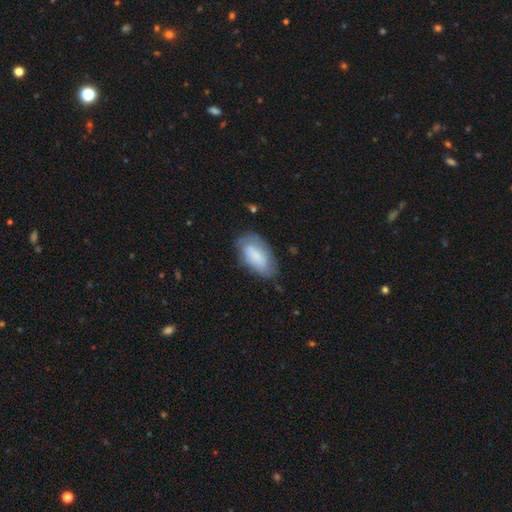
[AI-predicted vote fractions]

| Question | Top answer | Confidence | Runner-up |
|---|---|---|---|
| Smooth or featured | smooth | 71% | featured or disk (22%) |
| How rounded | in between | 92% | cigar-shaped (5%) |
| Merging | none | 64% | minor disturbance (26%) |